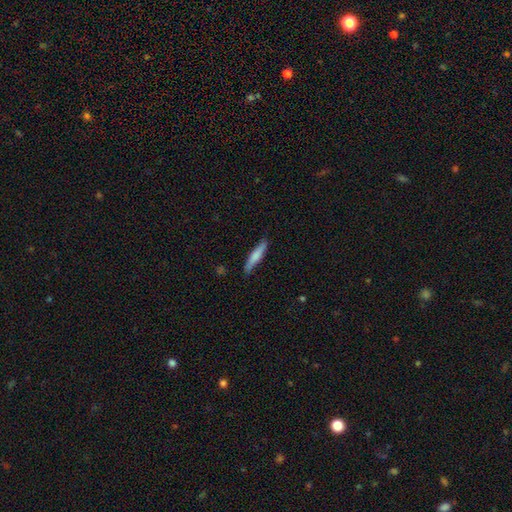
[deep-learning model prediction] Morphology: type=smooth (71%); roundness=cigar-shaped (89%); merging=none (81%).